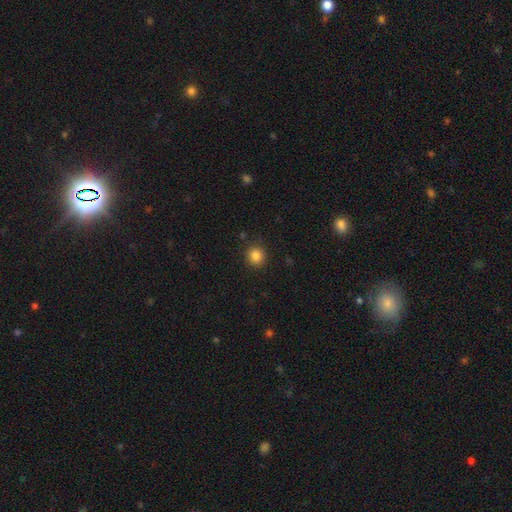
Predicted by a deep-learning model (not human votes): This appears to be a smooth galaxy with no disk features (85%) that is round (91%). Merging: none (90%).